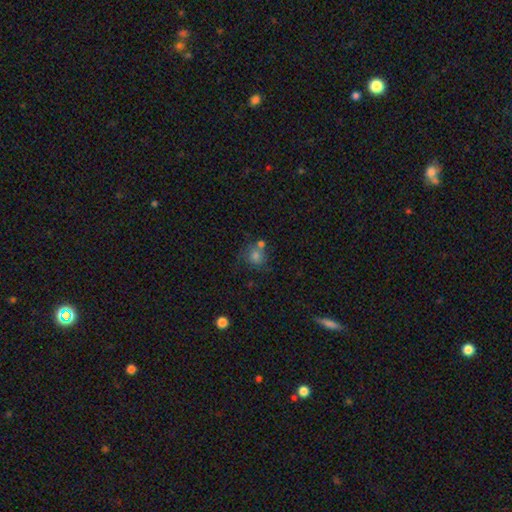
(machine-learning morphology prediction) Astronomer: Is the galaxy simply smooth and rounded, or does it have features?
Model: smooth — 73%.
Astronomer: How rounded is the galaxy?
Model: round — 79%.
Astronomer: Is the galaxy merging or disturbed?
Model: none — 52%.